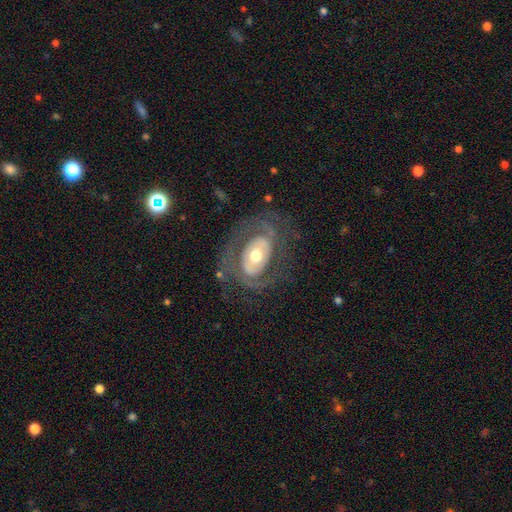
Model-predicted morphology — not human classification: This is likely a featured or disk galaxy (77%). It is clearly not viewed edge-on (95%). Bar: likely no (68%). Spiral arm pattern: likely yes (69%). Spiral arm count: possibly 2 (57%). Spiral winding: marginally tight (44%). Central bulge: likely moderate (69%). Merging: likely none (67%).